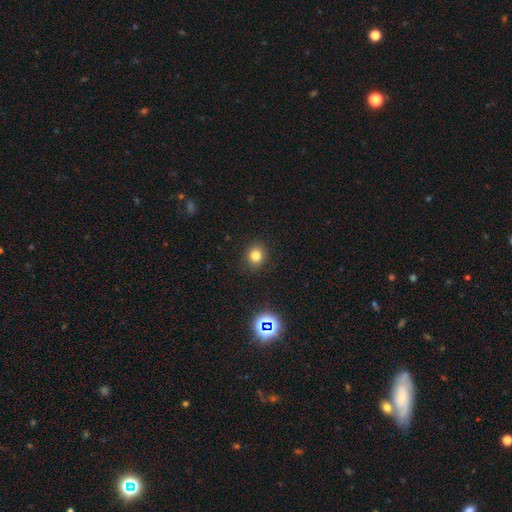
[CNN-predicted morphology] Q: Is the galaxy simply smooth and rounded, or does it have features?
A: smooth — 79%.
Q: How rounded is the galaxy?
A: round — 79%.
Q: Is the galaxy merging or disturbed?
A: none — 89%.